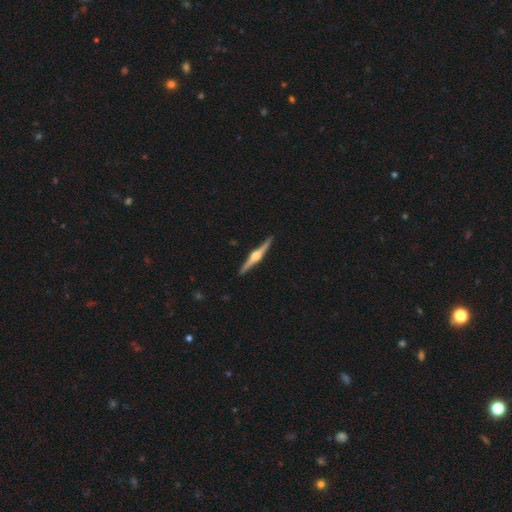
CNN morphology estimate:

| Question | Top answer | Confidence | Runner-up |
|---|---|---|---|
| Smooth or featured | featured or disk | 84% | smooth (11%) |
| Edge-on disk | yes | 99% | no (1%) |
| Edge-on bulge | rounded | 95% | boxy (3%) |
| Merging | none | 92% | minor disturbance (6%) |